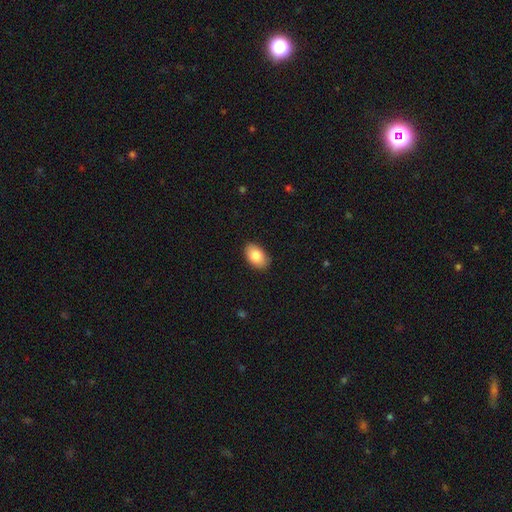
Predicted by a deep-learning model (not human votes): smooth-or-featured: smooth: 82% | featured or disk: 11% | star or artifact: 7%
  how-rounded: in between: 91% | round: 8% | cigar-shaped: 1%
  merging: none: 87% | minor disturbance: 10% | major disturbance: 2% | merger: 1%